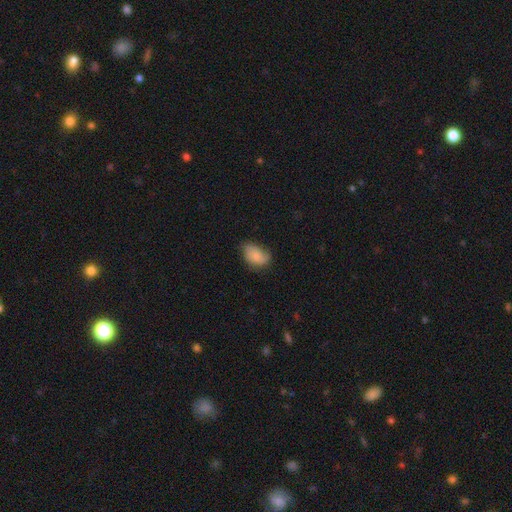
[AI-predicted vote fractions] Morphology: type=smooth (76%); roundness=in between (87%); merging=none (52%).